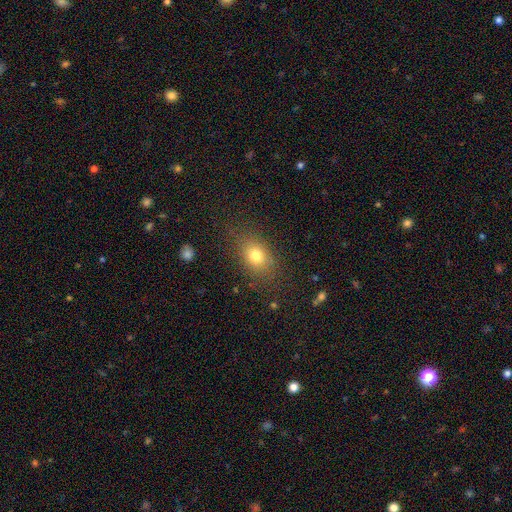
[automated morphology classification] A smooth galaxy with no disk features (77%) that is in between round and cigar-shaped (69%). Merging: none (79%).